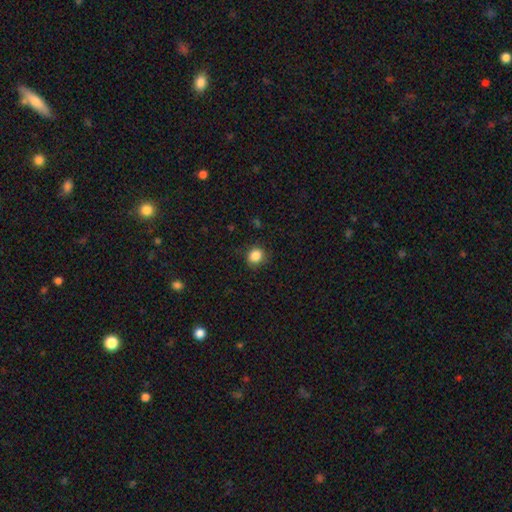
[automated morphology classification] Smooth or featured? smooth (86%)
How rounded? round (76%)
Merging? none (85%)